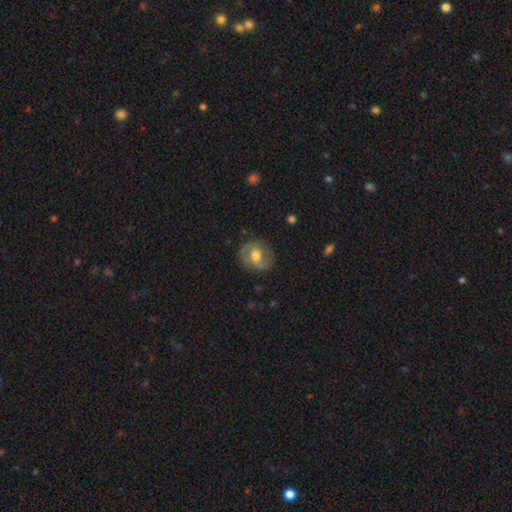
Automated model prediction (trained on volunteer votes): Smooth or featured? Predicted: smooth (p=0.48). Merging? Predicted: none (p=0.75).